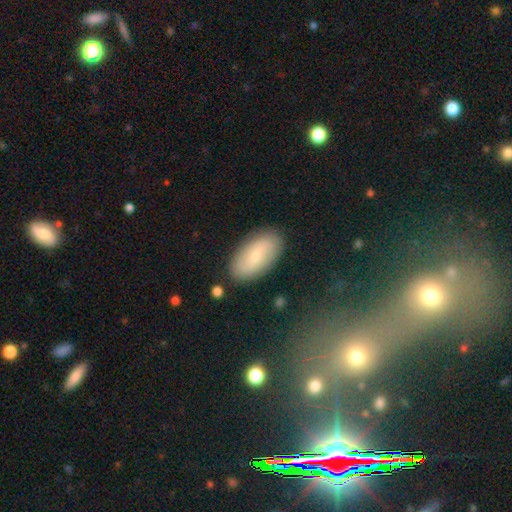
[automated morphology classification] Smooth or featured? Predicted: smooth (p=0.57). How rounded? Predicted: in between (p=0.92). Merging? Predicted: none (p=0.86).